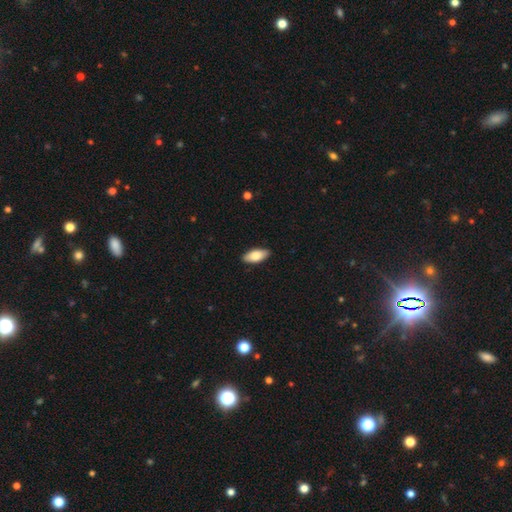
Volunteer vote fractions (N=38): smooth 61%, featured or disk 29%, star or artifact 11%. Down the decision tree: how rounded — in between (87%); merging — none (88%).